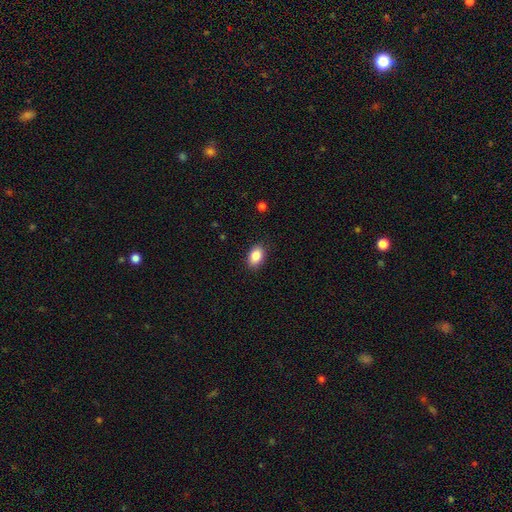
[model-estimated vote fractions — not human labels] This appears to be a smooth galaxy with no disk features (87%) that is in between round and cigar-shaped (87%). Merging: none (87%).